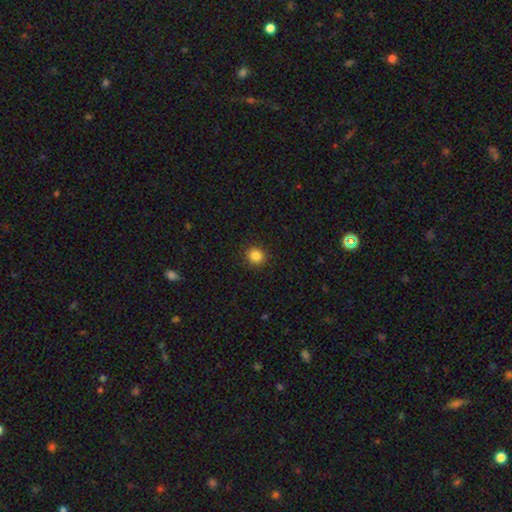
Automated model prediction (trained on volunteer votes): Smooth or featured: smooth — 85% (star or artifact — 11%)
How rounded: round — 89% (in between — 10%)
Merging: none — 92% (minor disturbance — 5%)